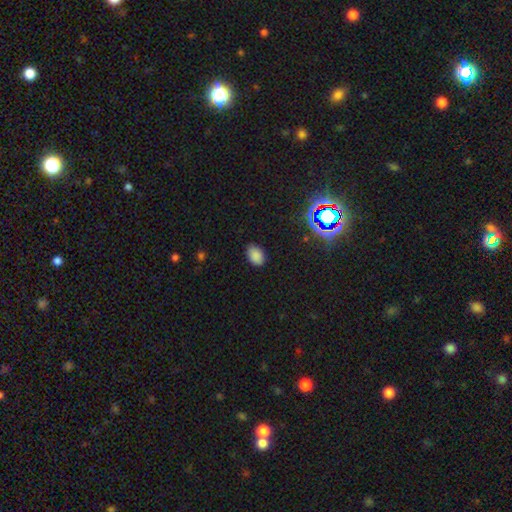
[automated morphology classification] Q: Smooth or featured?
A: smooth (83%); runner-up: star or artifact (13%)
Q: How rounded?
A: in between (85%); runner-up: round (14%)
Q: Merging?
A: none (84%); runner-up: minor disturbance (12%)